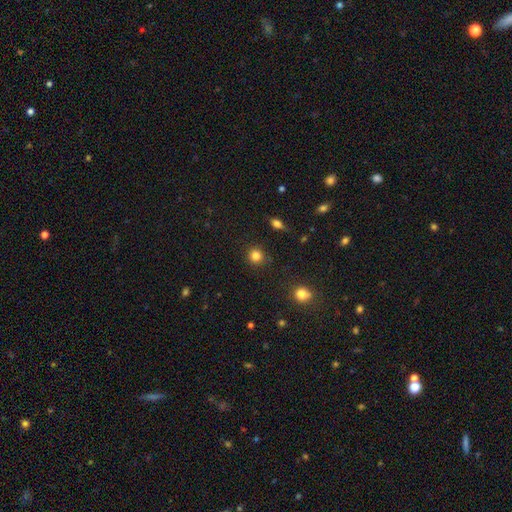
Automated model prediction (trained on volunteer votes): Overall: smooth (84%). How rounded: round (91%). Merging: none (88%).